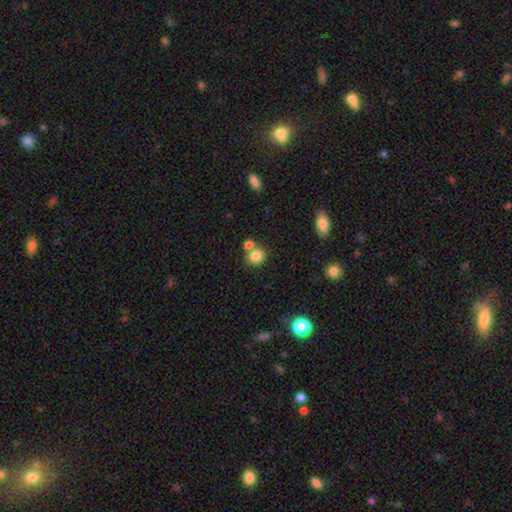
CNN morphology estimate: Overall: smooth (83%). How rounded: round (77%). Merging: none (61%; merger 27%).